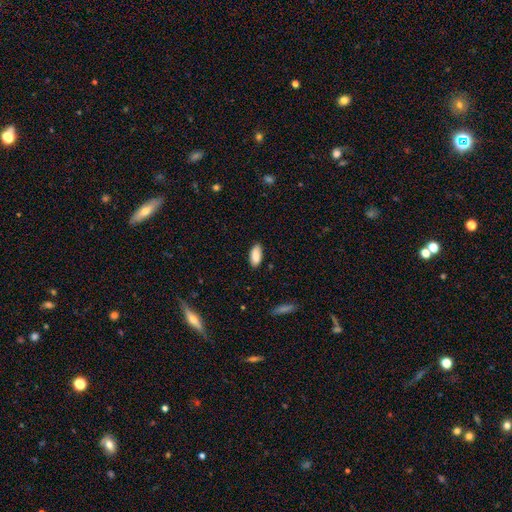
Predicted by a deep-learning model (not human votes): smooth 89%, star or artifact 7%, featured or disk 5%. Down the decision tree: how rounded — in between (88%); merging — none (84%).